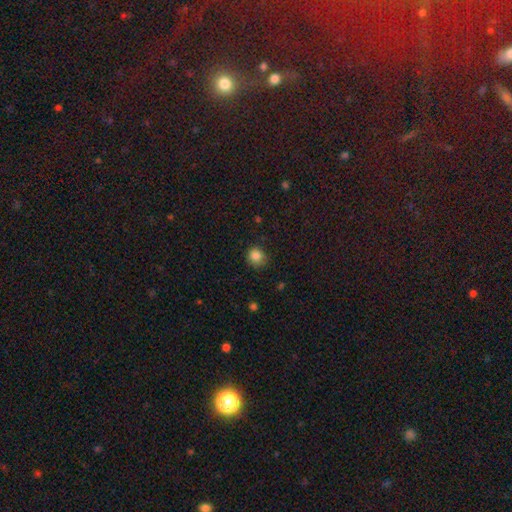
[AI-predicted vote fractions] Q: Smooth or featured?
A: smooth (84%); runner-up: star or artifact (11%)
Q: How rounded?
A: round (87%); runner-up: in between (12%)
Q: Merging?
A: none (78%); runner-up: minor disturbance (18%)